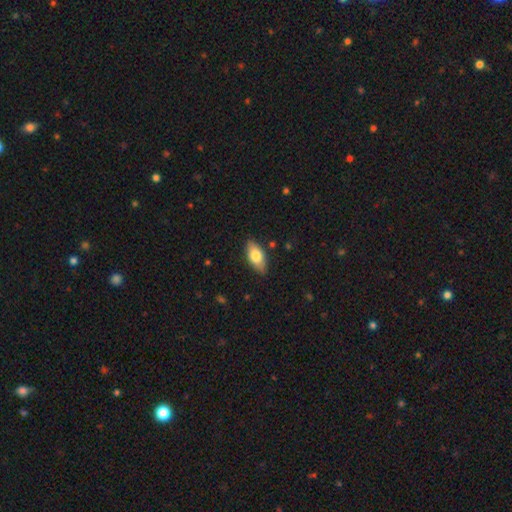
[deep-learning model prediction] A smooth galaxy with no disk features (75%) that is in between round and cigar-shaped (89%). Merging: none (85%).